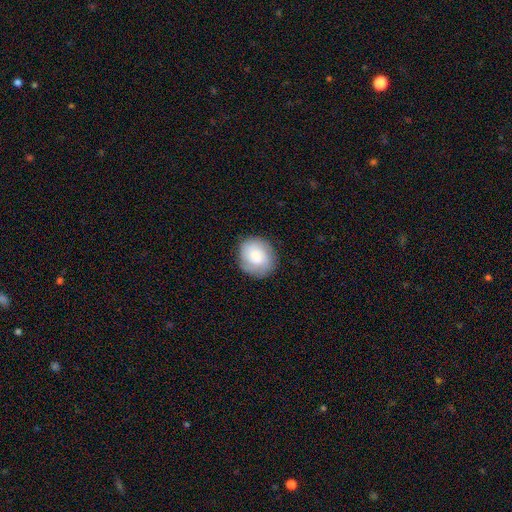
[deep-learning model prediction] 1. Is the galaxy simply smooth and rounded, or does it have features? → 63% smooth, 29% featured or disk, 8% star or artifact.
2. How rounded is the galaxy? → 76% round, 23% in between, 1% cigar-shaped.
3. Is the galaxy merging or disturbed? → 83% none, 12% minor disturbance, 4% major disturbance, 1% merger.